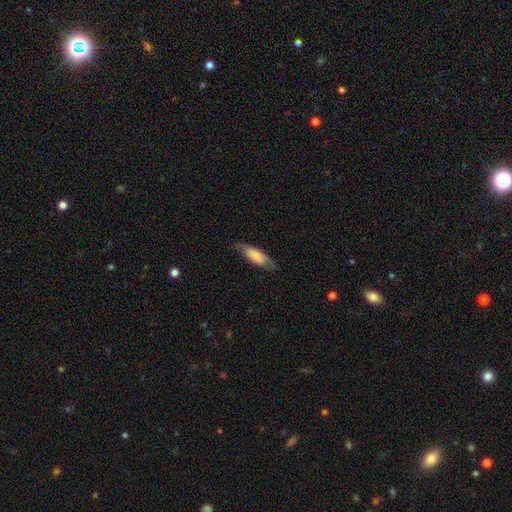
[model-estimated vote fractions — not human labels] This is likely a smooth galaxy (71%). How rounded: likely in between (62%). Merging: likely none (74%).